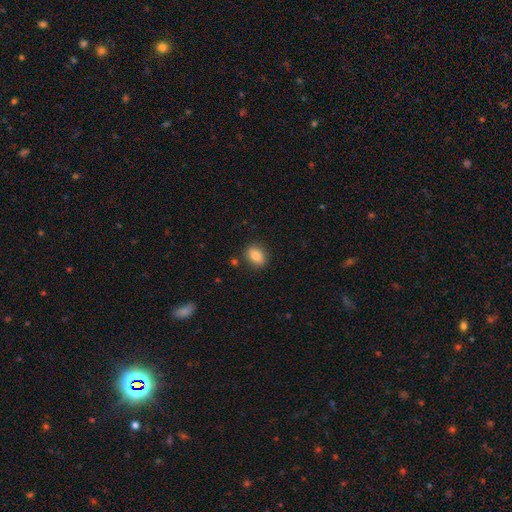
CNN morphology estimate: Smooth or featured?
  - smooth: 84% *
  - featured or disk: 8%
  - star or artifact: 8%
How rounded?
  - in between: 77% *
  - round: 20%
  - cigar-shaped: 3%
Merging?
  - none: 85% *
  - minor disturbance: 10%
  - major disturbance: 2%
  - merger: 2%